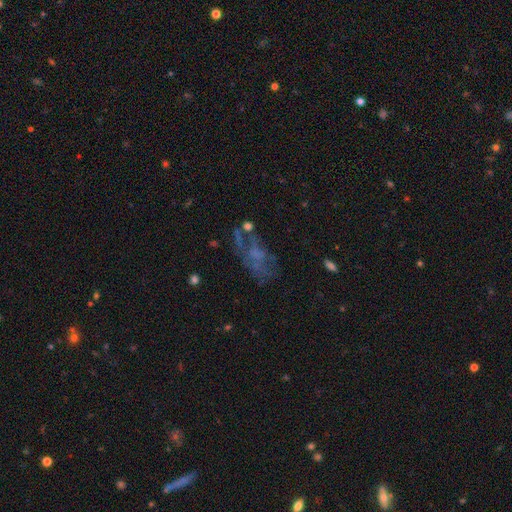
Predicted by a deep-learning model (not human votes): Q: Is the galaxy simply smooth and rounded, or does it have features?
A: featured or disk — 52%.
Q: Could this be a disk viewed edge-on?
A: no — 94%.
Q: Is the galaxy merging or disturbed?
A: none — 39%.